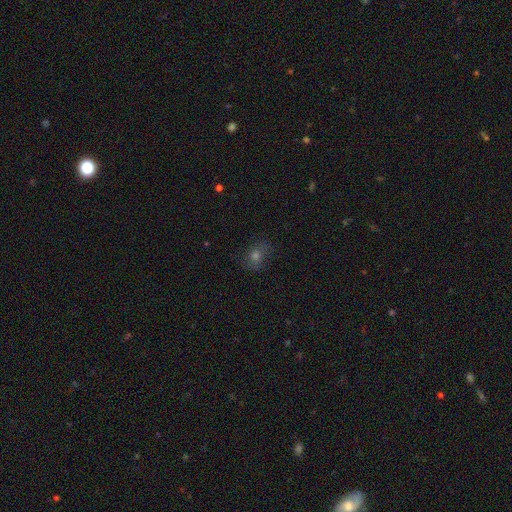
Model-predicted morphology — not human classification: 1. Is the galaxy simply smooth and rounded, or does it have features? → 50% smooth, 29% star or artifact, 21% featured or disk.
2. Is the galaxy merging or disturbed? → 77% none, 15% minor disturbance, 6% major disturbance, 1% merger.